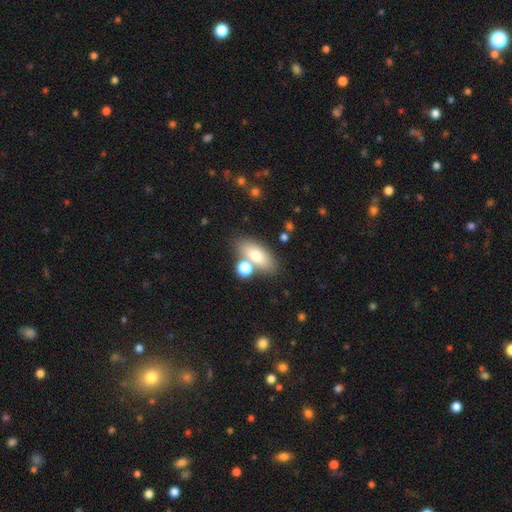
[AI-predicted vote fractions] Q: Smooth or featured?
A: smooth (72%); runner-up: featured or disk (19%)
Q: How rounded?
A: in between (77%); runner-up: cigar-shaped (16%)
Q: Merging?
A: none (69%); runner-up: merger (16%)